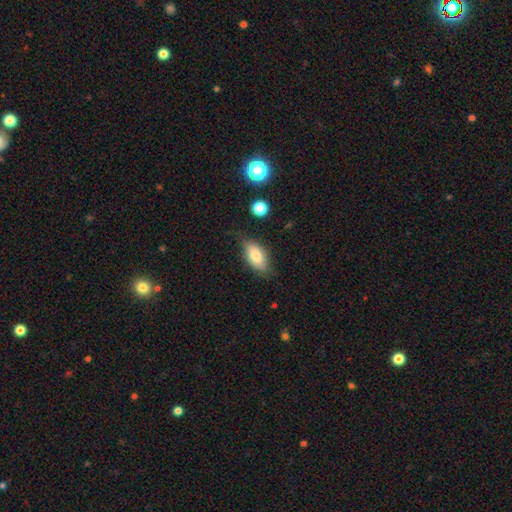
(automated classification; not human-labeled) Smooth or featured? smooth (75%)
How rounded? in between (87%)
Merging? none (66%)